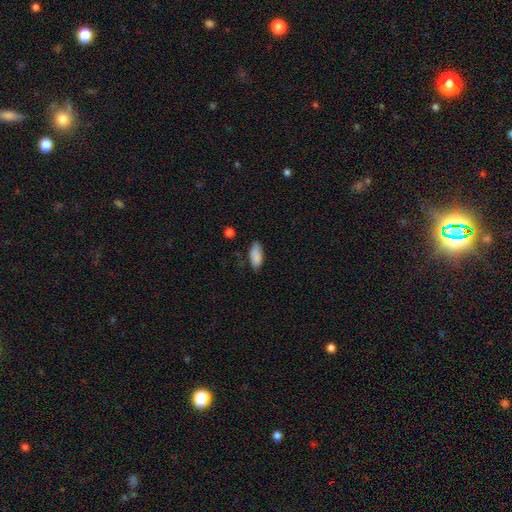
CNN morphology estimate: The model was most divided on "merging": none: 78%, minor disturbance: 17%, major disturbance: 3%, merger: 2%. More confident: smooth or featured — smooth (88%); how rounded — in between (86%).